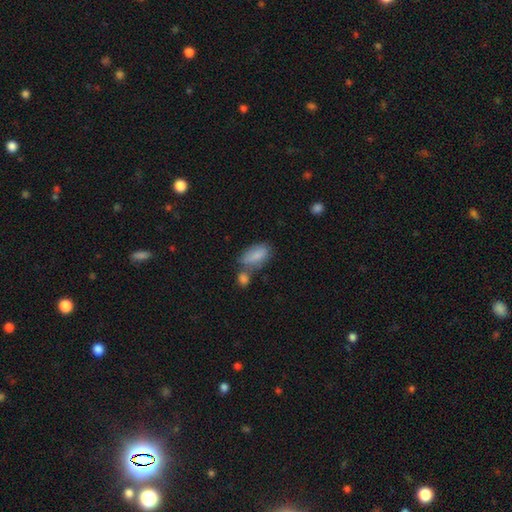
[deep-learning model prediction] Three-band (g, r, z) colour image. It shows a smooth galaxy with no disk features (83%) that is in between round and cigar-shaped (91%). Merging: none (45%).